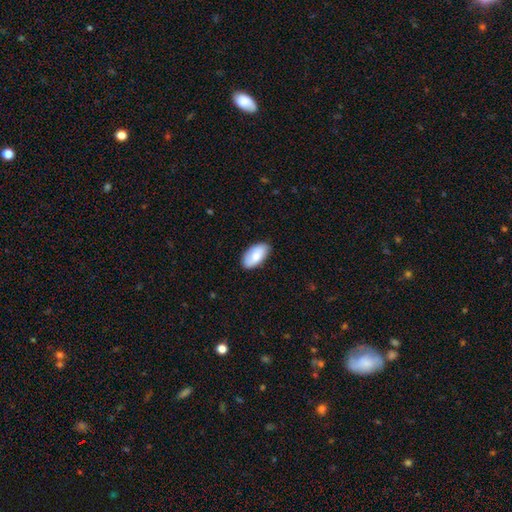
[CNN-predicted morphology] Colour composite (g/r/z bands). It shows a smooth galaxy with no disk features (80%) that is in between round and cigar-shaped (95%). Merging: none (83%).